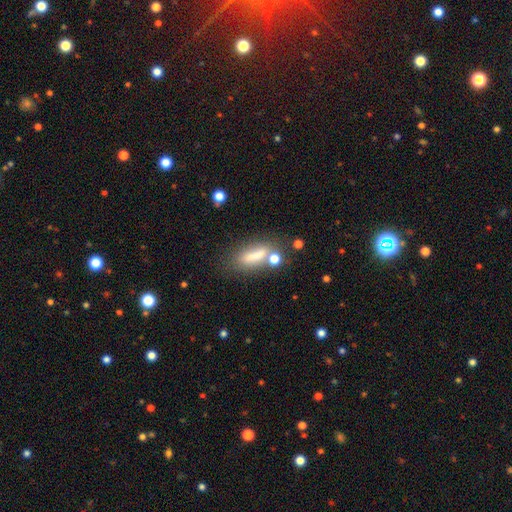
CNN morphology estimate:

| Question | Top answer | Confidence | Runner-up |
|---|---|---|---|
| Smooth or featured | smooth | 70% | featured or disk (18%) |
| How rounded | in between | 54% | cigar-shaped (39%) |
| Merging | none | 49% | merger (20%) |